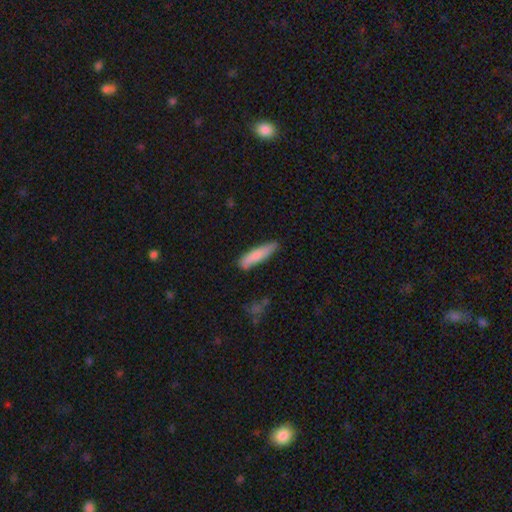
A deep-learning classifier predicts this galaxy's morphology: Smooth or featured: smooth — 81% (featured or disk — 13%)
How rounded: cigar-shaped — 77% (in between — 22%)
Merging: none — 73% (minor disturbance — 21%)